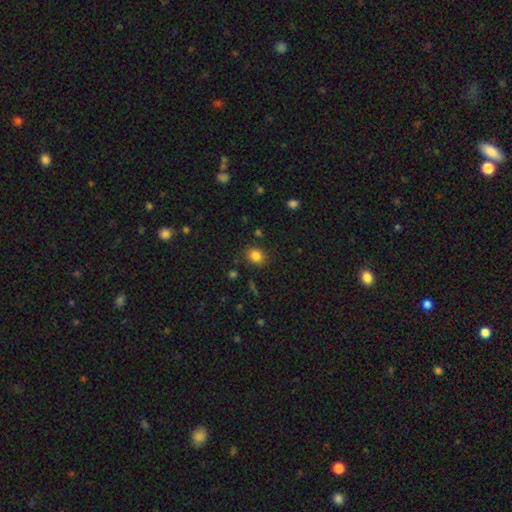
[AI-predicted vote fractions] smooth 83%, star or artifact 12%, featured or disk 6%. Down the decision tree: how rounded — round (63%); merging — none (83%).